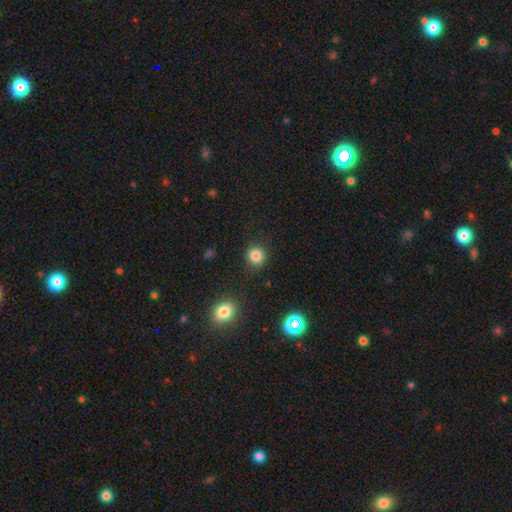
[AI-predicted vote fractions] smooth 83%, star or artifact 12%, featured or disk 4%. Down the decision tree: how rounded — round (91%); merging — none (89%).